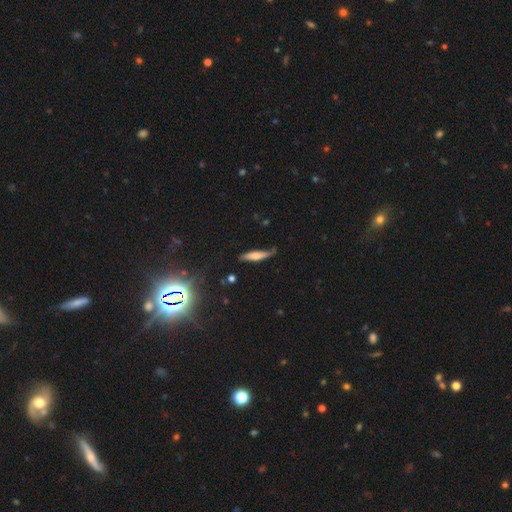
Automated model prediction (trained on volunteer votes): The model was most divided on "smooth or featured": smooth: 53%, featured or disk: 40%, star or artifact: 8%. More confident: how rounded — cigar-shaped (83%); merging — none (64%).